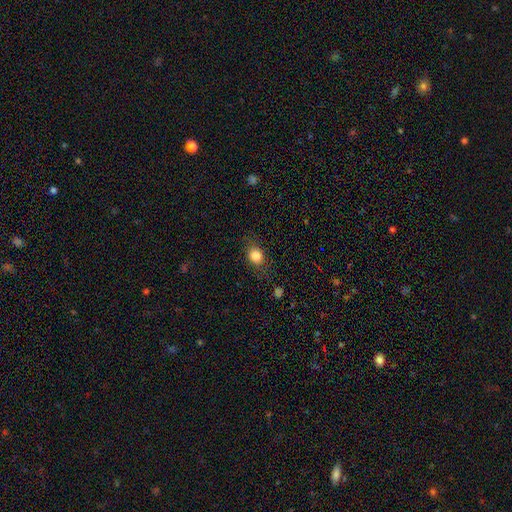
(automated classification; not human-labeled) A smooth galaxy with no disk features (83%) that is round (50%). Merging: none (75%).